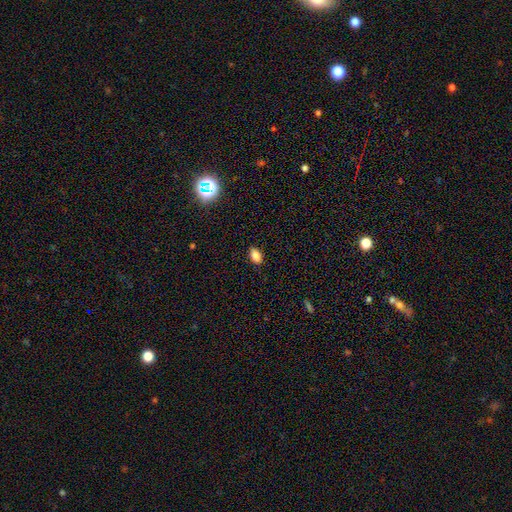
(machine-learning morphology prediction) smooth_or_featured: smooth (p=0.83) [alt: star or artifact p=0.11]
how_rounded: in between (p=0.86) [alt: round p=0.12]
merging: none (p=0.87) [alt: minor disturbance p=0.10]